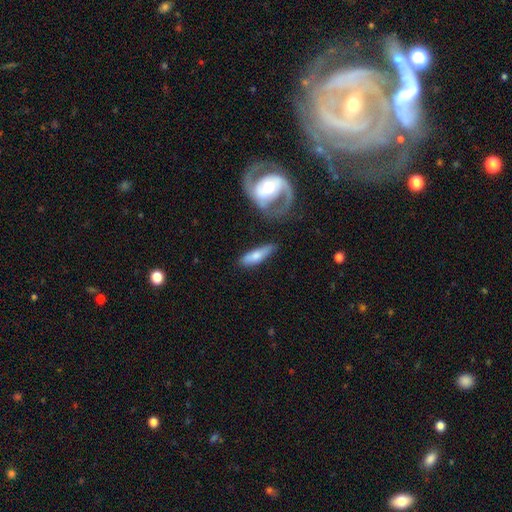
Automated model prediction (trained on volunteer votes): A smooth galaxy with no disk features (66%) that is cigar-shaped (57%).

Vote fractions:
- Smooth or featured? smooth: 66% / featured or disk: 29% / star or artifact: 6%
- How rounded? cigar-shaped: 57% / in between: 40% / round: 3%
- Merging? none: 66% / minor disturbance: 19% / major disturbance: 7% / merger: 7%